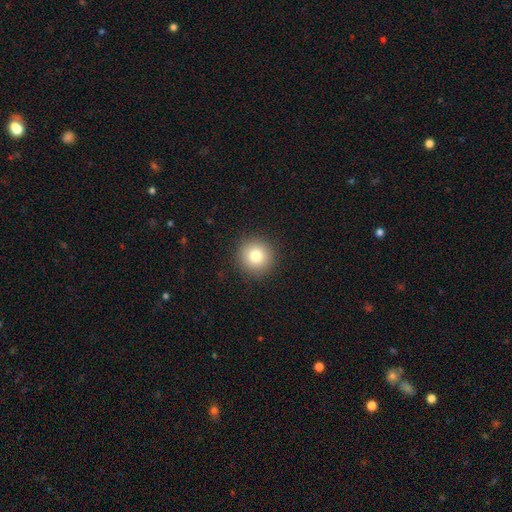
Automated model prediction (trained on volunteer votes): A smooth galaxy with no disk features (80%) that is round (95%).

Vote fractions:
- Smooth or featured? smooth: 80% / star or artifact: 11% / featured or disk: 9%
- How rounded? round: 95% / in between: 4% / cigar-shaped: 1%
- Merging? none: 91% / minor disturbance: 6% / major disturbance: 2% / merger: 1%